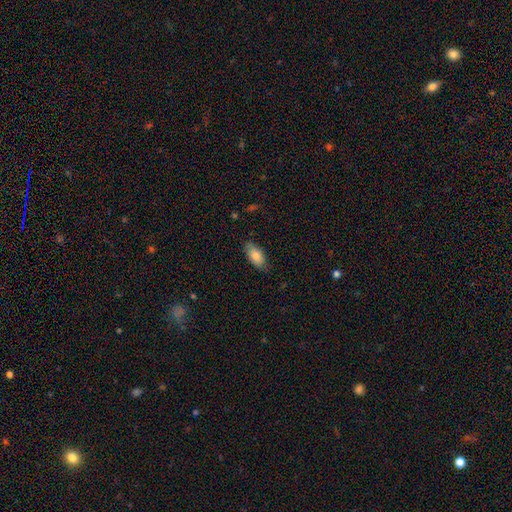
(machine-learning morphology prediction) This appears to be a smooth galaxy with no disk features (80%) that is in between round and cigar-shaped (91%). Merging: none (79%).